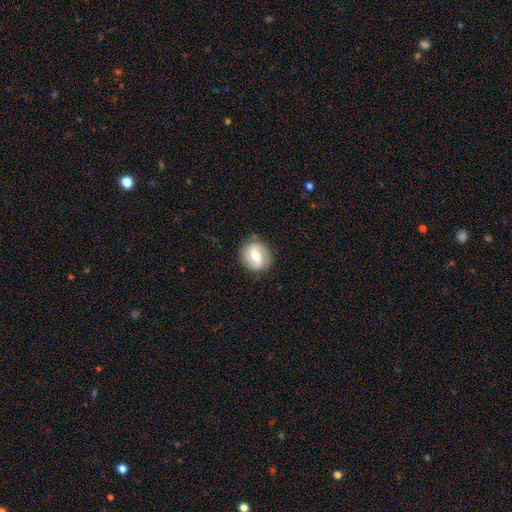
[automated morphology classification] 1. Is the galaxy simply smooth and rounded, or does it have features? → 51% featured or disk, 42% smooth, 7% star or artifact.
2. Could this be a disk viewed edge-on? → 95% no, 5% yes.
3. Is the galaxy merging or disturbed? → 82% none, 14% minor disturbance, 4% major disturbance, 1% merger.